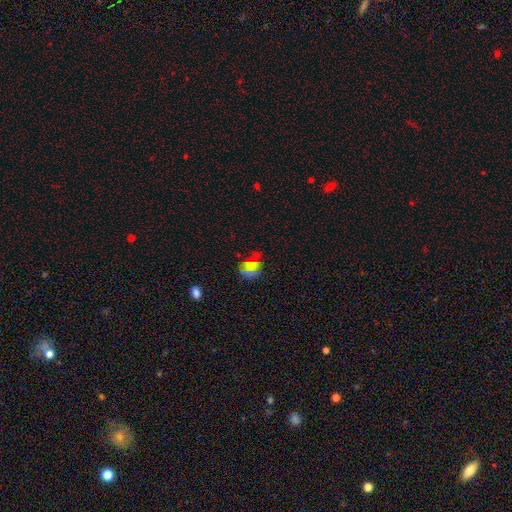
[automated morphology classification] Q: Smooth or featured?
A: smooth (46%); runner-up: star or artifact (40%)
Q: Merging?
A: none (69%); runner-up: minor disturbance (15%)